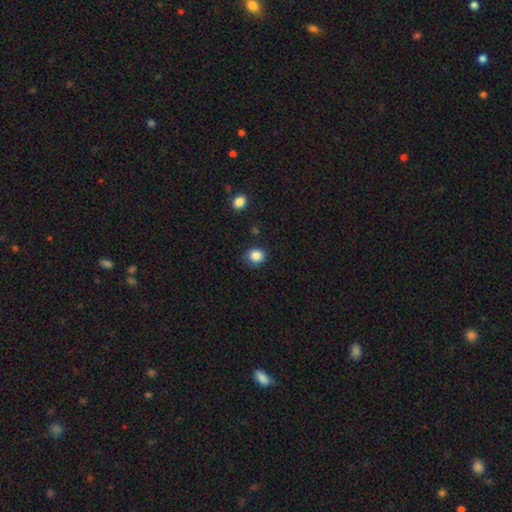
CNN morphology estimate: Smooth or featured? smooth (85%)
How rounded? round (79%)
Merging? none (79%)